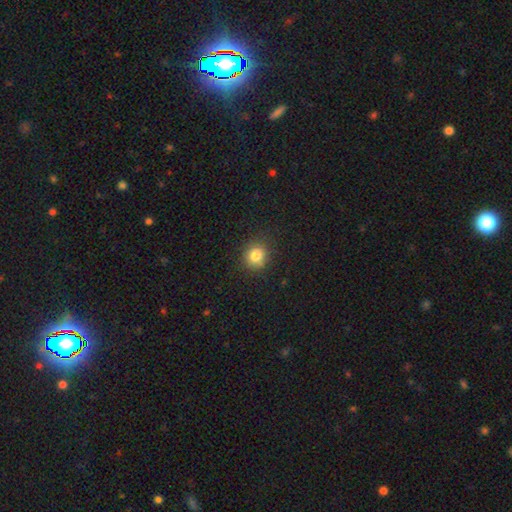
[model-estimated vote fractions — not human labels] Q: Smooth or featured?
A: smooth (82%); runner-up: star or artifact (12%)
Q: How rounded?
A: round (80%); runner-up: in between (19%)
Q: Merging?
A: none (84%); runner-up: minor disturbance (11%)